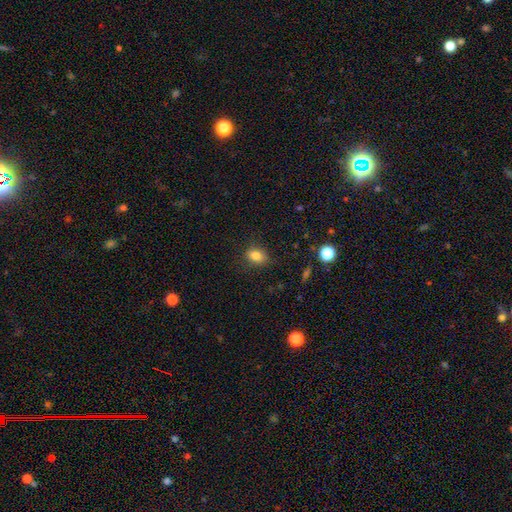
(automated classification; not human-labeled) A smooth galaxy with no disk features (82%) that is in between round and cigar-shaped (62%). Merging: none (82%).